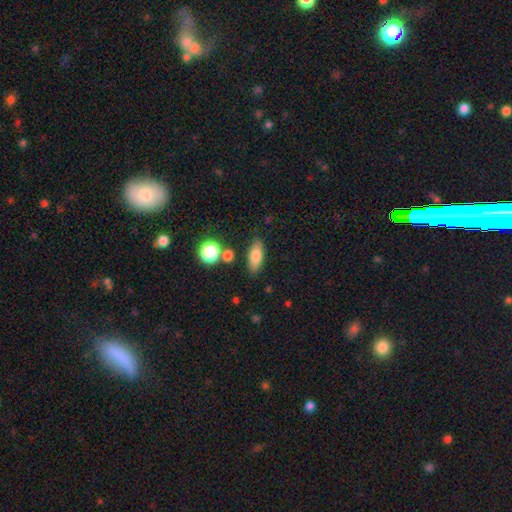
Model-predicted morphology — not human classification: smooth_or_featured: smooth (p=0.76) [alt: featured or disk p=0.15]
how_rounded: in between (p=0.69) [alt: cigar-shaped p=0.25]
merging: none (p=0.81) [alt: minor disturbance p=0.11]